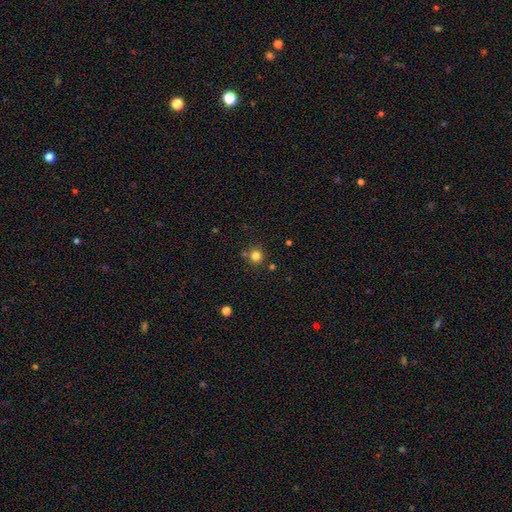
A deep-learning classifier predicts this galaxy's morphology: A smooth galaxy with no disk features (80%) that is round (92%).

Vote fractions:
- Smooth or featured? smooth: 80% / star or artifact: 14% / featured or disk: 6%
- How rounded? round: 92% / in between: 7% / cigar-shaped: 1%
- Merging? none: 77% / merger: 11% / minor disturbance: 9% / major disturbance: 3%